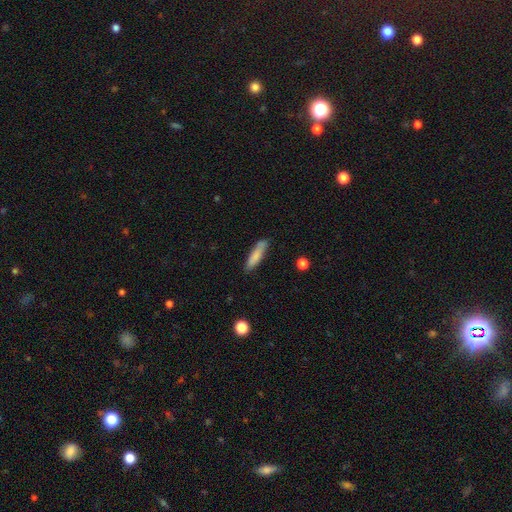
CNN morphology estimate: smooth_or_featured: smooth (p=0.79) [alt: featured or disk p=0.14]
how_rounded: cigar-shaped (p=0.76) [alt: in between p=0.23]
merging: none (p=0.79) [alt: minor disturbance p=0.16]